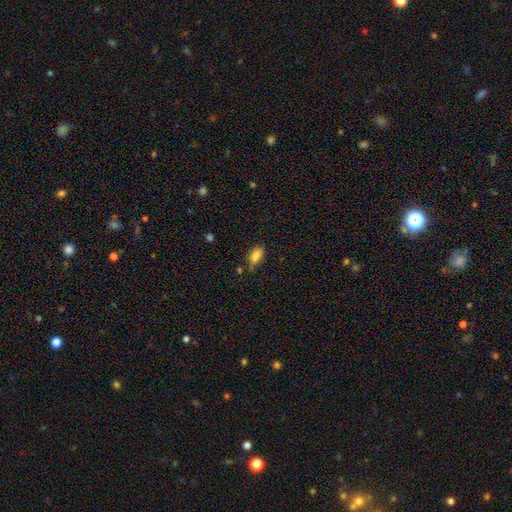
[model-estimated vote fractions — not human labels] smooth_or_featured: smooth (p=0.84) [alt: star or artifact p=0.09]
how_rounded: in between (p=0.88) [alt: cigar-shaped p=0.08]
merging: none (p=0.61) [alt: minor disturbance p=0.27]